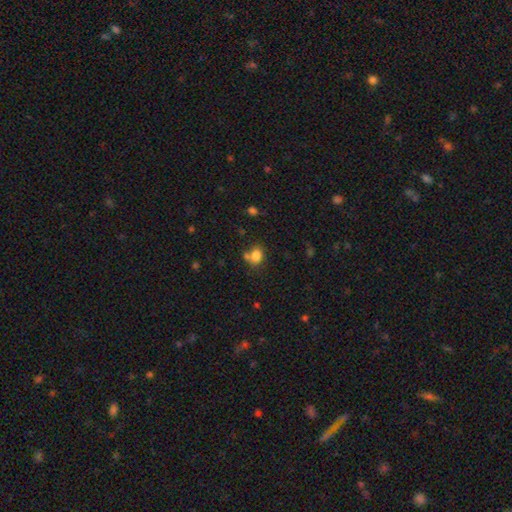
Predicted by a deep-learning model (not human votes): Smooth or featured? smooth (81%)
How rounded? round (54%)
Merging? none (52%)